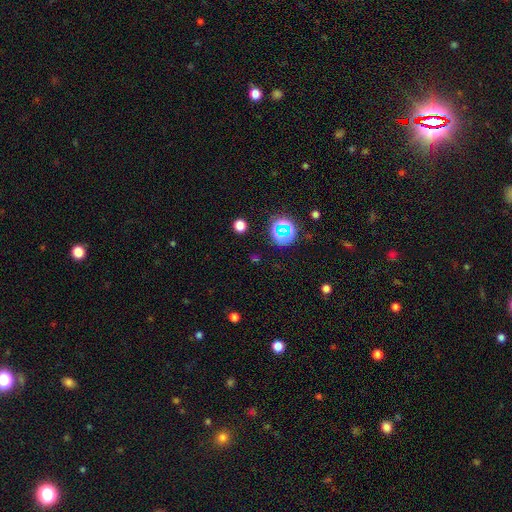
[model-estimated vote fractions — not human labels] Smooth or featured? star or artifact (54%)